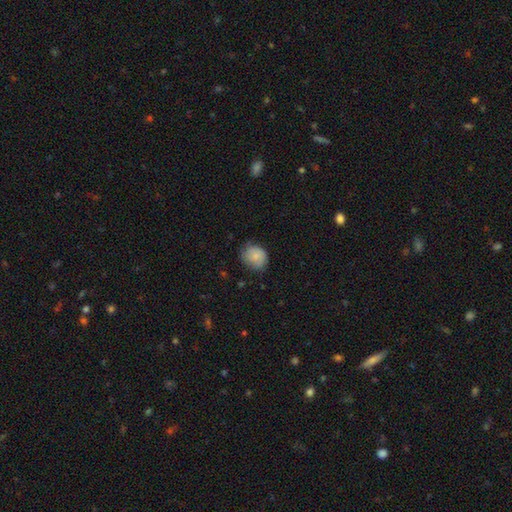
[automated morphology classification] A smooth galaxy with no disk features (78%) that is round (65%).

Vote fractions:
- Smooth or featured? smooth: 78% / featured or disk: 15% / star or artifact: 7%
- How rounded? round: 65% / in between: 34% / cigar-shaped: 1%
- Merging? none: 68% / minor disturbance: 26% / major disturbance: 5% / merger: 1%